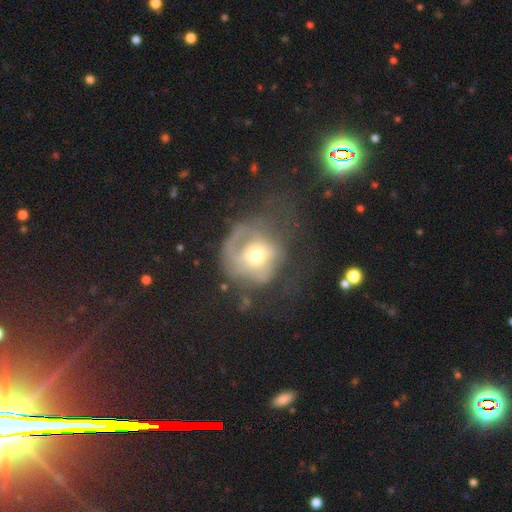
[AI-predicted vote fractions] smooth_or_featured: featured or disk (p=0.53) [alt: smooth p=0.38]
disk_edge_on: no (p=0.96) [alt: yes p=0.04]
bar: no (p=0.78) [alt: weak p=0.17]
has_spiral_arms: yes (p=0.52) [alt: no p=0.48]
bulge_size: moderate (p=0.62) [alt: small p=0.23]
merging: major disturbance (p=0.44) [alt: none p=0.33]